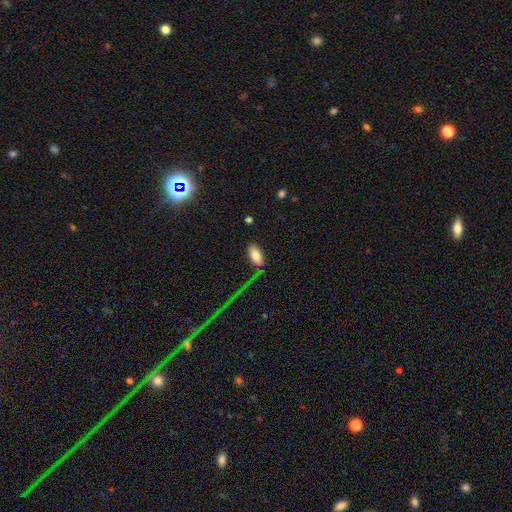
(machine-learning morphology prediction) Overall: smooth (81%). How rounded: in between (93%). Merging: none (74%).